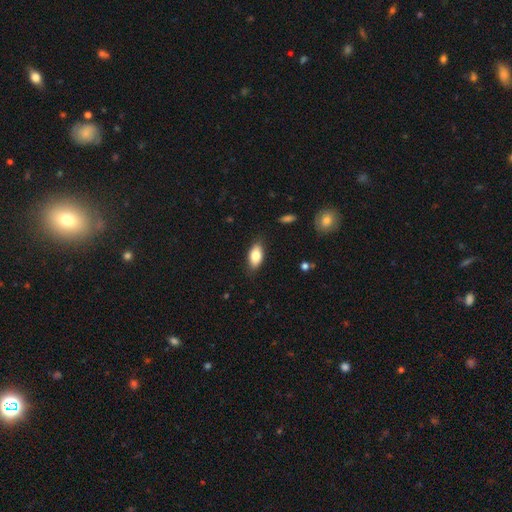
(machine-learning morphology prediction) Smooth or featured: smooth — 80% (featured or disk — 13%)
How rounded: in between — 90% (cigar-shaped — 6%)
Merging: none — 82% (minor disturbance — 14%)